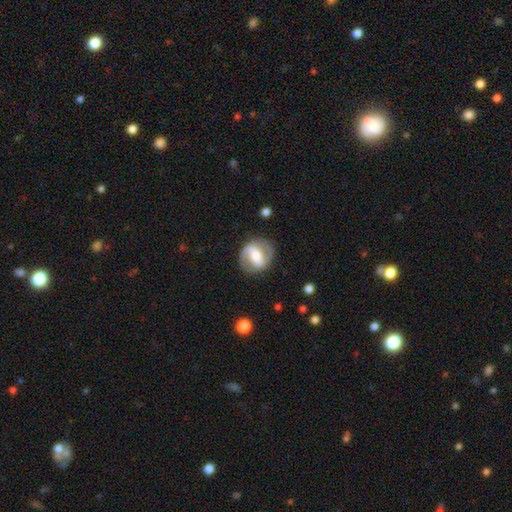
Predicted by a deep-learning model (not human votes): smooth-or-featured: featured or disk: 78% | smooth: 17% | star or artifact: 5%
  disk-edge-on: no: 97% | yes: 3%
    bar: strong: 48% | weak: 34% | no: 18%
    has-spiral-arms: yes: 87% | no: 13%
      spiral-winding: medium: 48% | tight: 27% | loose: 25%
      spiral-arm-count: 2: 89% | can't tell: 5% | 1: 3% | 3: 1% | 4: 1% | more than 4: 1%
    bulge-size: moderate: 57% | small: 30% | large: 9% | none: 2% | dominant: 2%
  merging: none: 83% | minor disturbance: 11% | major disturbance: 5% | merger: 1%